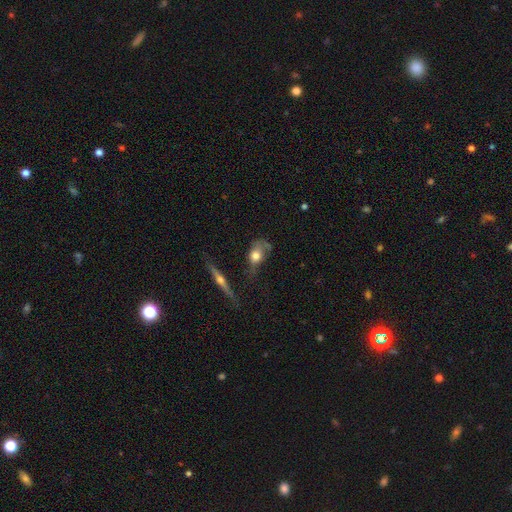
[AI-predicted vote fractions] Q: Smooth or featured?
A: smooth (54%); runner-up: featured or disk (38%)
Q: How rounded?
A: in between (65%); runner-up: round (27%)
Q: Merging?
A: major disturbance (33%); runner-up: none (31%)